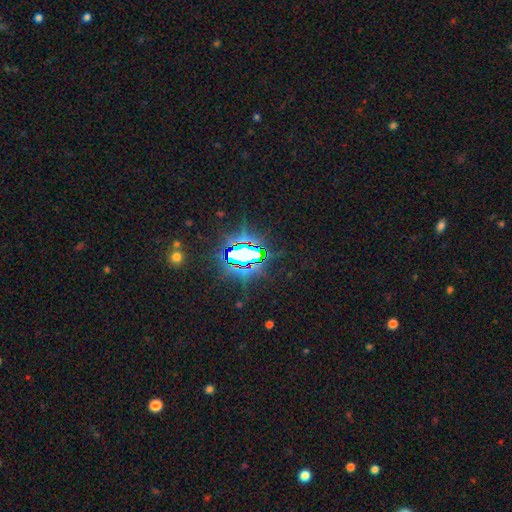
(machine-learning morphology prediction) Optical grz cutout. It shows a star or artifact, not a galaxy (84%).